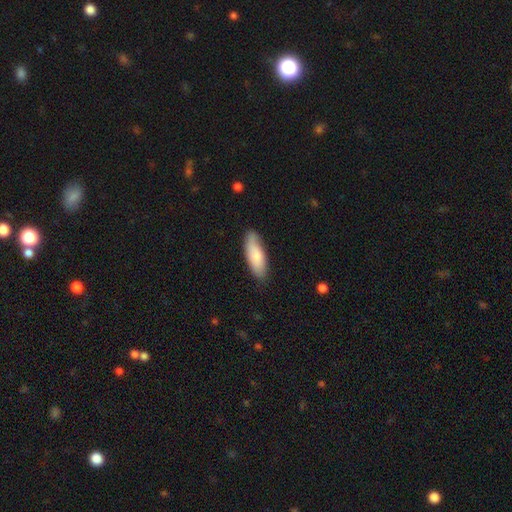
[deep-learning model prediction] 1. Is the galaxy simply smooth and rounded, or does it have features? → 77% smooth, 17% featured or disk, 6% star or artifact.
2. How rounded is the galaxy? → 69% in between, 29% cigar-shaped, 2% round.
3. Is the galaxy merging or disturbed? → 77% none, 18% minor disturbance, 4% major disturbance, 2% merger.